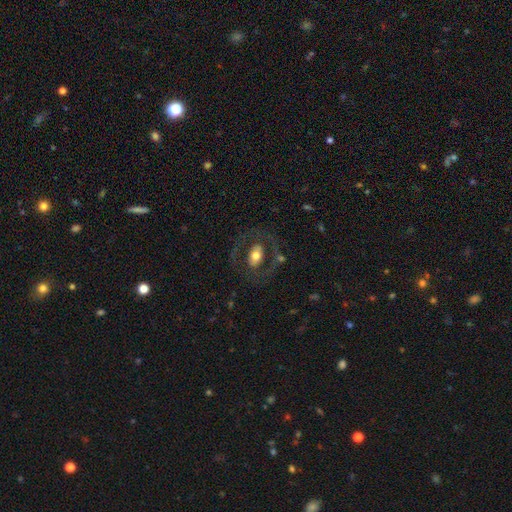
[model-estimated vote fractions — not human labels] smooth_or_featured: smooth (p=0.47) [alt: featured or disk p=0.45]
merging: none (p=0.68) [alt: major disturbance p=0.15]